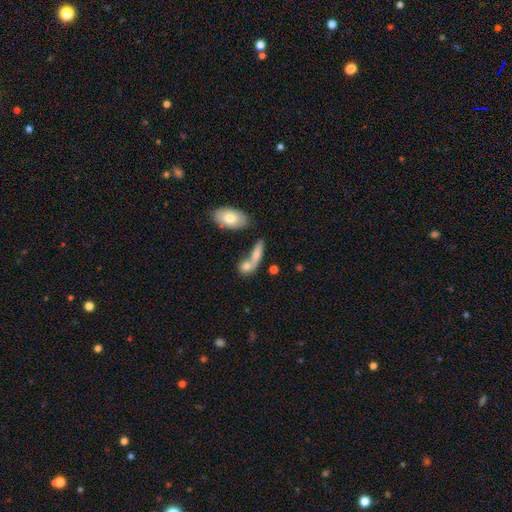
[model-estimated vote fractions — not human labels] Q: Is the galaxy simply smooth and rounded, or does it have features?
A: smooth — 70%.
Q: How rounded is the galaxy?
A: in between — 57%.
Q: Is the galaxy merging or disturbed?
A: merger — 47%.